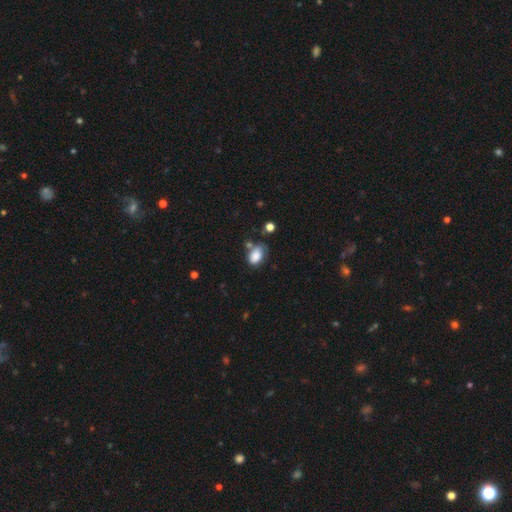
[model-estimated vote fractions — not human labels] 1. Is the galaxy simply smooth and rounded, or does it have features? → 82% smooth, 9% featured or disk, 9% star or artifact.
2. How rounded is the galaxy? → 85% in between, 14% round, 1% cigar-shaped.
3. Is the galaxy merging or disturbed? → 48% none, 29% minor disturbance, 12% merger, 11% major disturbance.